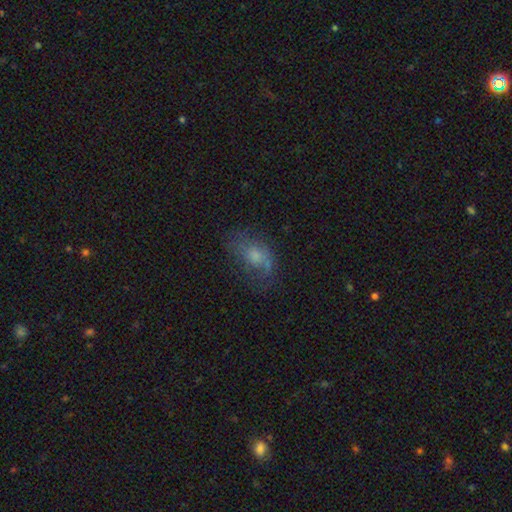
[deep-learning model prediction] smooth 46%, featured or disk 41%, star or artifact 13%. Down the decision tree: merging — none (51%).